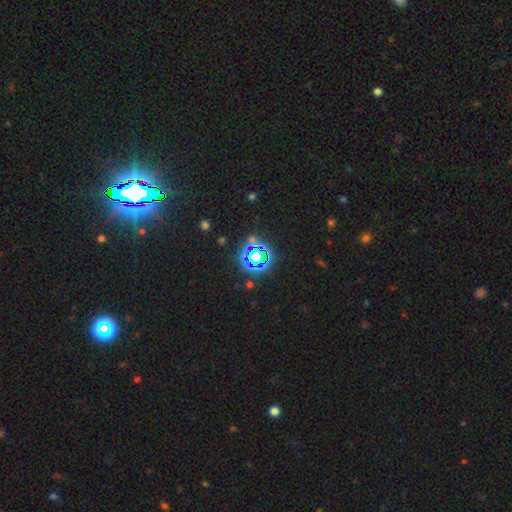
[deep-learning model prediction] Overall: star or artifact (73%).